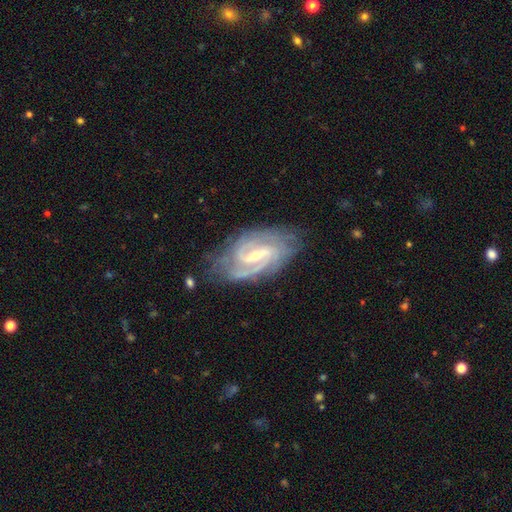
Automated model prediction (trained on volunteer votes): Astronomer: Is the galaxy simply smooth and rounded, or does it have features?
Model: featured or disk — 91%.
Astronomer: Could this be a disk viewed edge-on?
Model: no — 97%.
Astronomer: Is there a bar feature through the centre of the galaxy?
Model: weak — 48% (runner-up: strong, 36%).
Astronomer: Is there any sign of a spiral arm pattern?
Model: yes — 98%.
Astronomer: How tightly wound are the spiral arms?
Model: tight — 46% (runner-up: medium, 44%).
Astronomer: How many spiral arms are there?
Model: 2 — 62%.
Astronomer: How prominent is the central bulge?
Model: small — 63%.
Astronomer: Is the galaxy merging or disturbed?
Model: none — 74%.